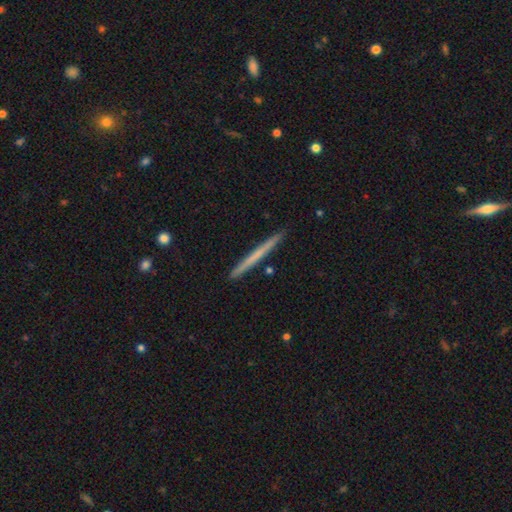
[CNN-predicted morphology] Q: Smooth or featured?
A: smooth (53%); runner-up: featured or disk (42%)
Q: How rounded?
A: cigar-shaped (97%); runner-up: in between (1%)
Q: Merging?
A: none (93%); runner-up: minor disturbance (5%)